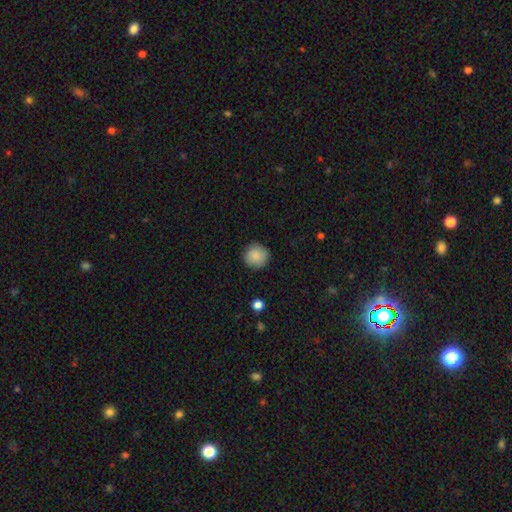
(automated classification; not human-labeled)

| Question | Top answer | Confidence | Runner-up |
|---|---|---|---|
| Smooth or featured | smooth | 87% | star or artifact (8%) |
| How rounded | round | 94% | in between (5%) |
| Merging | none | 87% | minor disturbance (10%) |